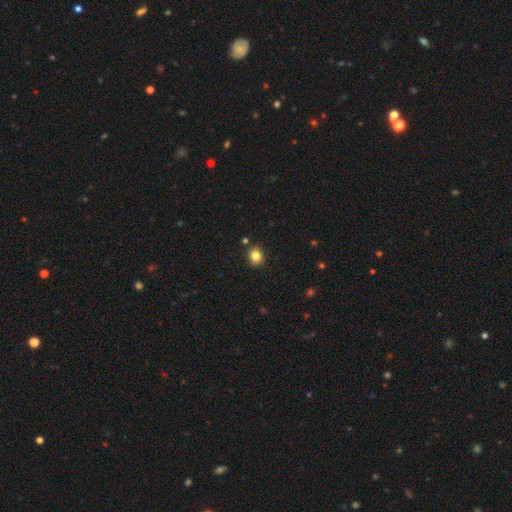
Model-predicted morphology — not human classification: Smooth or featured?
  - smooth: 83% *
  - star or artifact: 12%
  - featured or disk: 6%
How rounded?
  - round: 75% *
  - in between: 24%
  - cigar-shaped: 1%
Merging?
  - none: 87% *
  - minor disturbance: 8%
  - merger: 3%
  - major disturbance: 2%